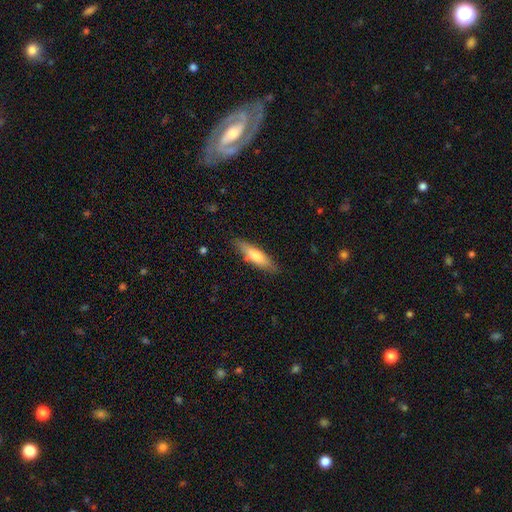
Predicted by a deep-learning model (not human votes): Q: Smooth or featured?
A: smooth (68%); runner-up: featured or disk (26%)
Q: How rounded?
A: cigar-shaped (67%); runner-up: in between (32%)
Q: Merging?
A: none (83%); runner-up: minor disturbance (13%)